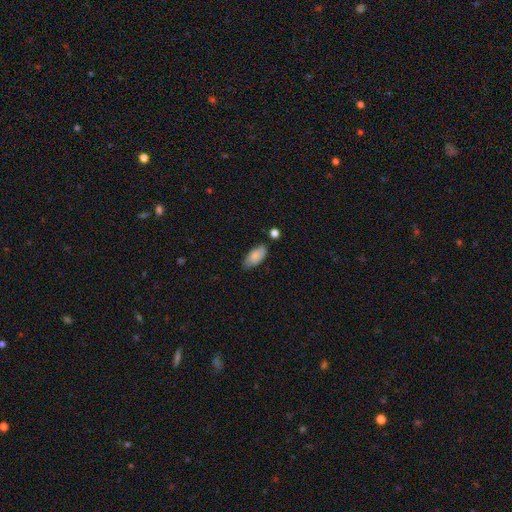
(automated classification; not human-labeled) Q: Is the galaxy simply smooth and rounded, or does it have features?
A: smooth — 83%.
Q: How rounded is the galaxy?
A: in between — 90%.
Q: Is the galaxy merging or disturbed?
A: none — 67%.